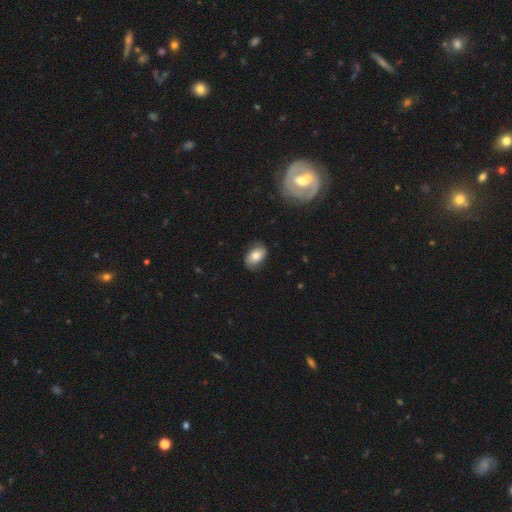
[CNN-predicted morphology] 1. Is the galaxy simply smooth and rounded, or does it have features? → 65% smooth, 27% featured or disk, 8% star or artifact.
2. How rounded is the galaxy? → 86% in between, 13% round, 1% cigar-shaped.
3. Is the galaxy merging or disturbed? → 74% none, 19% minor disturbance, 6% major disturbance, 1% merger.